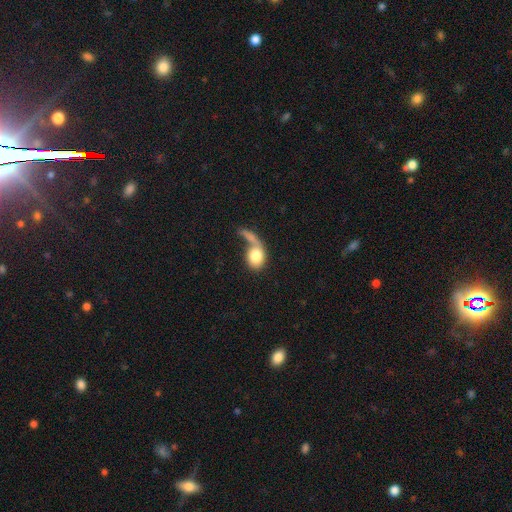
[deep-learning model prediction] smooth-or-featured: smooth: 73% | featured or disk: 21% | star or artifact: 6%
  how-rounded: in between: 52% | round: 44% | cigar-shaped: 3%
  merging: merger: 33% | major disturbance: 28% | none: 27% | minor disturbance: 13%